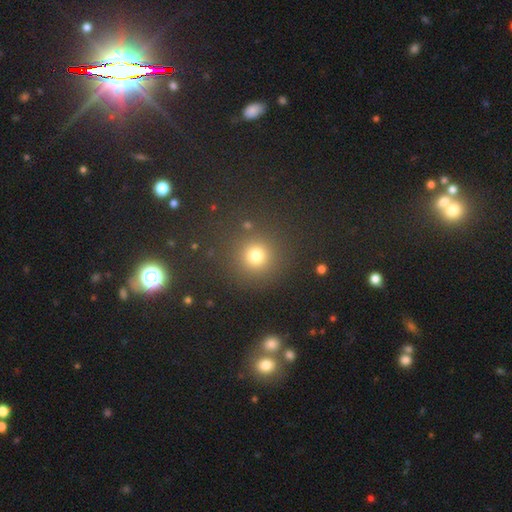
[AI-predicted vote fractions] Overall: smooth (76%). How rounded: round (93%). Merging: none (85%).